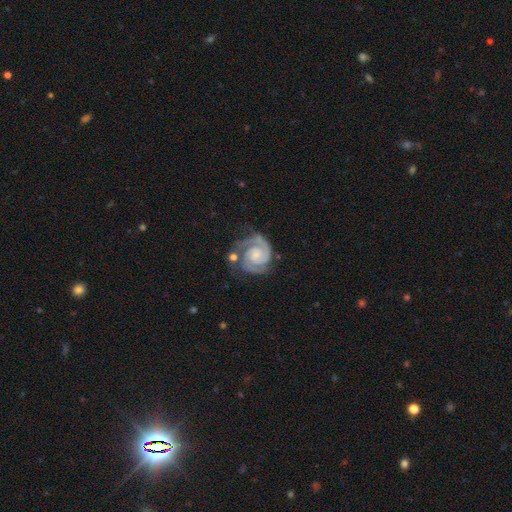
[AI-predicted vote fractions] This is clearly a featured or disk galaxy (91%). It is clearly not viewed edge-on (98%). Bar: likely no (64%). Spiral arm pattern: clearly yes (98%). Spiral arm count: clearly 2 (86%). Spiral winding: likely tight (68%). Central bulge: possibly small (47%). Merging: likely none (65%).